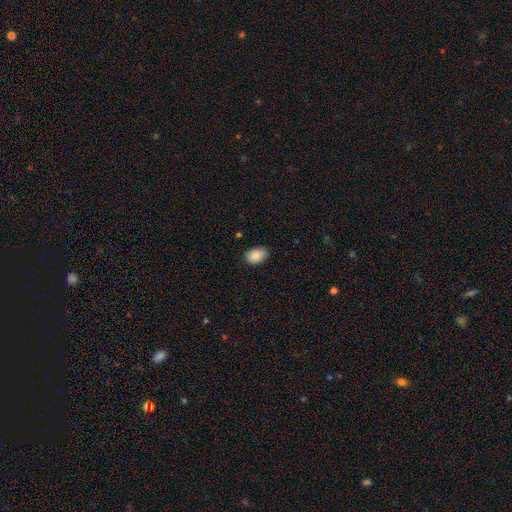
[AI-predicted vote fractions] The model was most divided on "merging": none: 81%, minor disturbance: 16%, major disturbance: 2%, merger: 1%. More confident: smooth or featured — smooth (88%); how rounded — in between (87%).